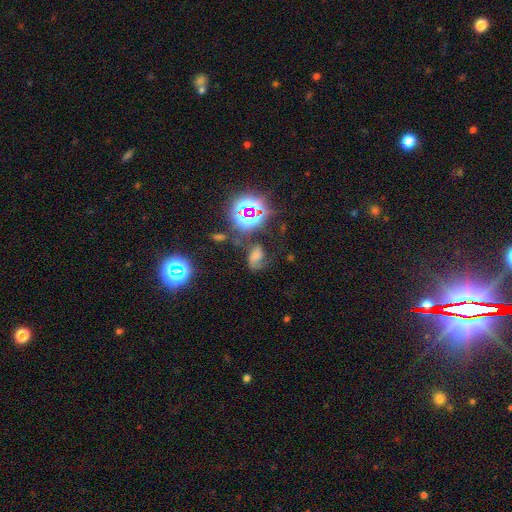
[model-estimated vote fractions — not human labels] Smooth or featured? smooth (36%)
Merging? none (40%)